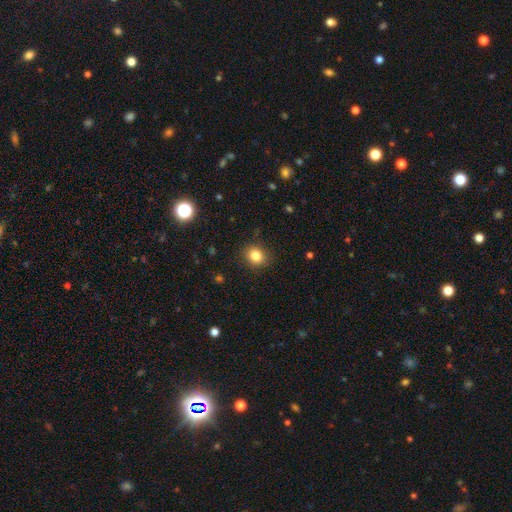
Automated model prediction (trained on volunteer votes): Morphology: type=smooth (83%); roundness=round (73%); merging=none (87%).